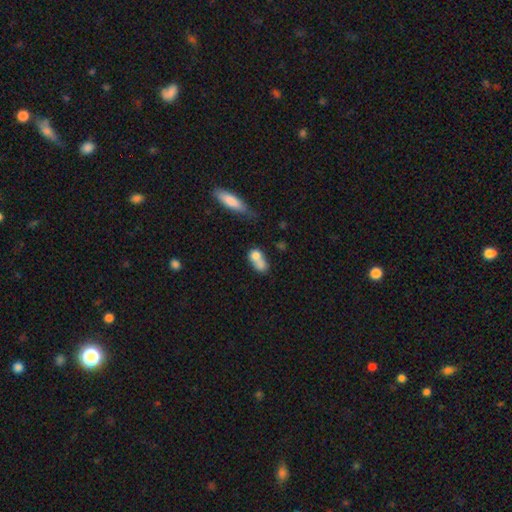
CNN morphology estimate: smooth 73%, featured or disk 19%, star or artifact 9%. Down the decision tree: how rounded — in between (59%); merging — merger (59%).